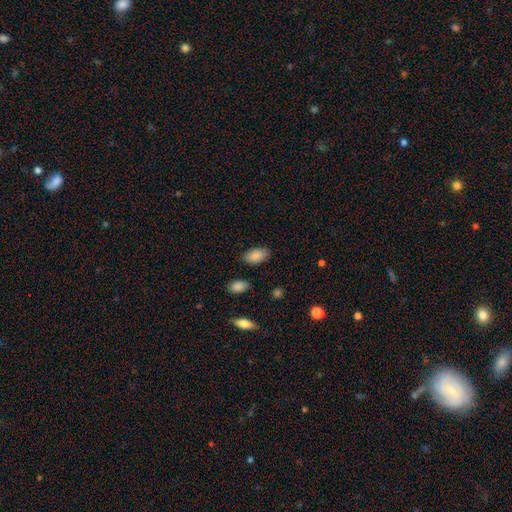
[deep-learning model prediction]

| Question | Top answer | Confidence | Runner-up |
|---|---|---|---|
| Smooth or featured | smooth | 86% | star or artifact (7%) |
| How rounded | in between | 93% | round (5%) |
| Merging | none | 84% | minor disturbance (11%) |